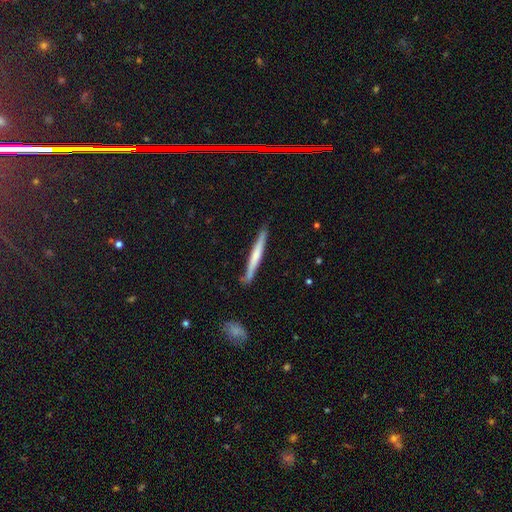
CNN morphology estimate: This is possibly a smooth galaxy (49%). Merging: clearly none (84%).